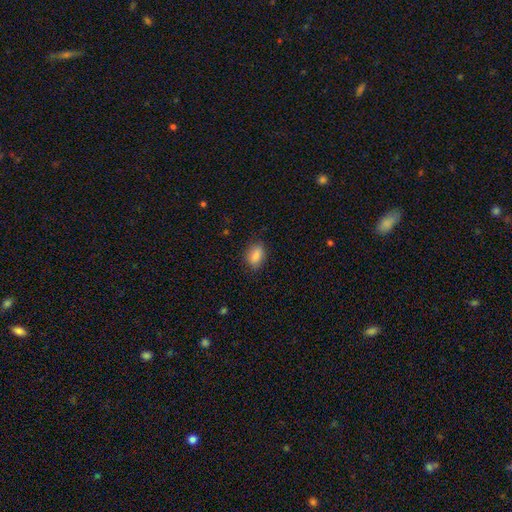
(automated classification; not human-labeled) smooth-or-featured: smooth: 87% | star or artifact: 8% | featured or disk: 6%
  how-rounded: in between: 82% | round: 15% | cigar-shaped: 3%
  merging: none: 81% | minor disturbance: 15% | major disturbance: 3% | merger: 1%